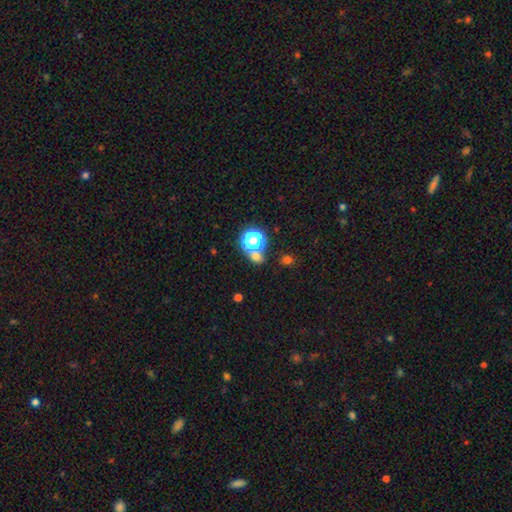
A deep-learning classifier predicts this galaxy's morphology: Smooth or featured?
  - smooth: 64% *
  - star or artifact: 29%
  - featured or disk: 7%
How rounded?
  - round: 70% *
  - in between: 28%
  - cigar-shaped: 2%
Merging?
  - none: 60% *
  - merger: 26%
  - minor disturbance: 9%
  - major disturbance: 4%